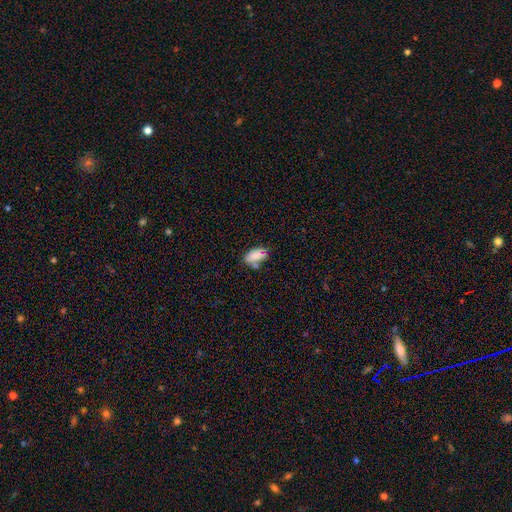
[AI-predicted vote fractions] A smooth galaxy with no disk features (79%) that is in between round and cigar-shaped (91%).

Vote fractions:
- Smooth or featured? smooth: 79% / featured or disk: 11% / star or artifact: 10%
- How rounded? in between: 91% / round: 4% / cigar-shaped: 4%
- Merging? none: 62% / minor disturbance: 21% / merger: 12% / major disturbance: 5%